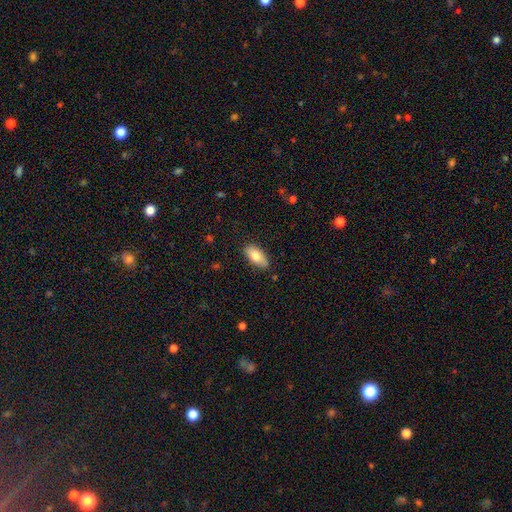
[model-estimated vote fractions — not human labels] Smooth or featured: smooth — 81% (featured or disk — 12%)
How rounded: in between — 90% (cigar-shaped — 8%)
Merging: none — 84% (minor disturbance — 13%)